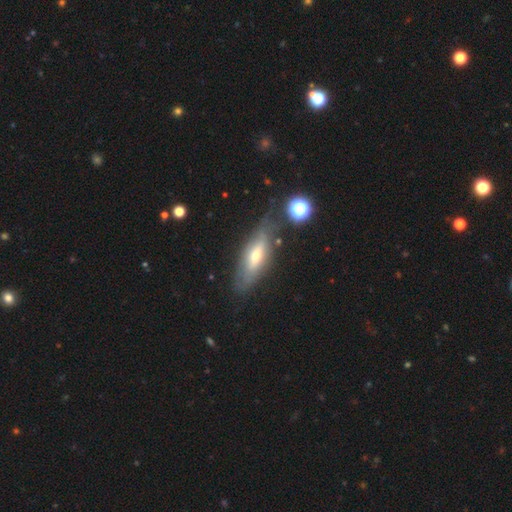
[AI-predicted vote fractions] Q: Smooth or featured?
A: featured or disk (53%); runner-up: smooth (38%)
Q: Edge-on disk?
A: yes (57%); runner-up: no (43%)
Q: Merging?
A: none (71%); runner-up: minor disturbance (18%)